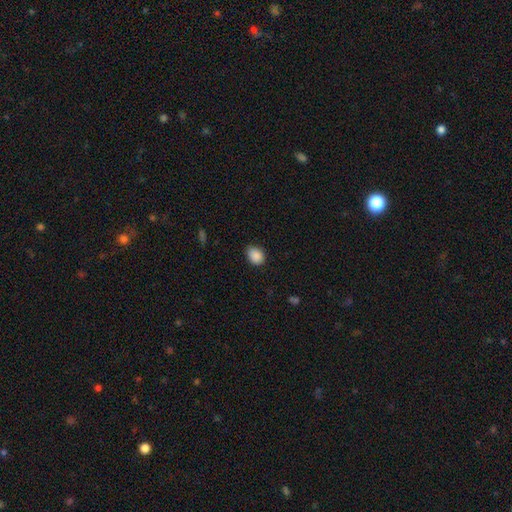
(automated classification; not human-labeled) Overall: smooth (88%). How rounded: in between (65%; round 34%). Merging: none (77%).